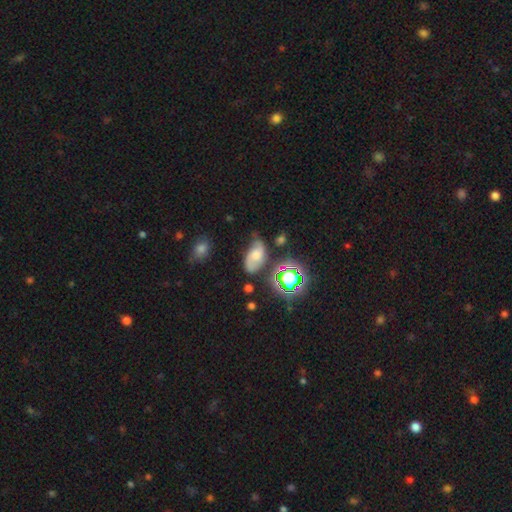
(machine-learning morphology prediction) This appears to be a smooth galaxy with no disk features (42%). Merging: none (49%).